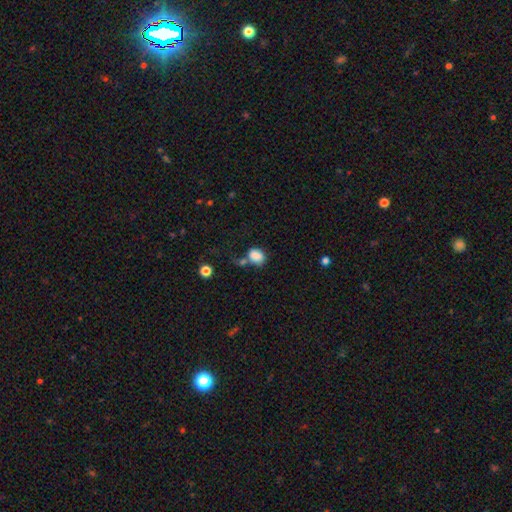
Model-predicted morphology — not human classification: Q: Smooth or featured?
A: smooth (84%); runner-up: star or artifact (9%)
Q: How rounded?
A: in between (60%); runner-up: round (38%)
Q: Merging?
A: none (48%); runner-up: merger (21%)